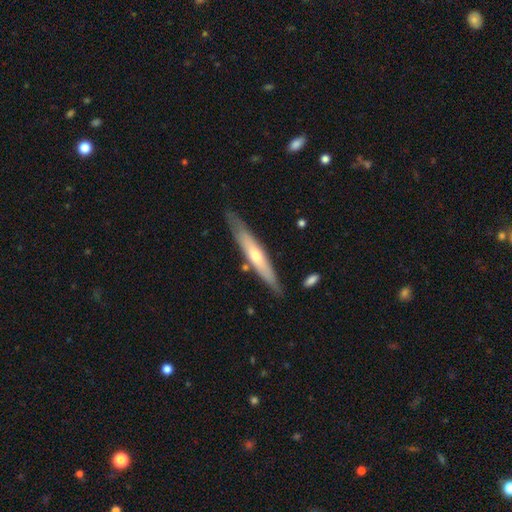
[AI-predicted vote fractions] A featured or disk galaxy (56%) viewed edge-on (85%). Merging: none (81%).